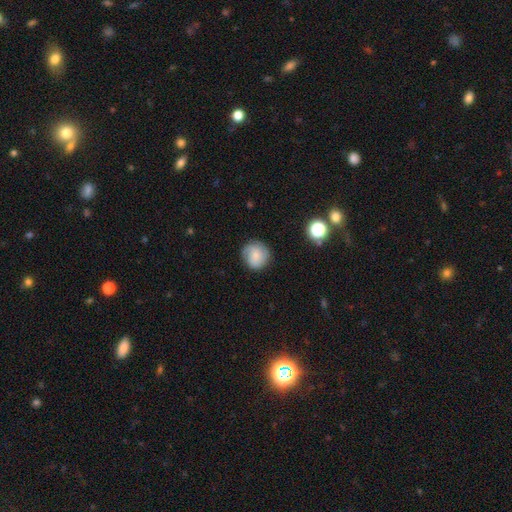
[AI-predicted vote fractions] Smooth or featured? smooth (63%)
How rounded? round (90%)
Merging? none (79%)